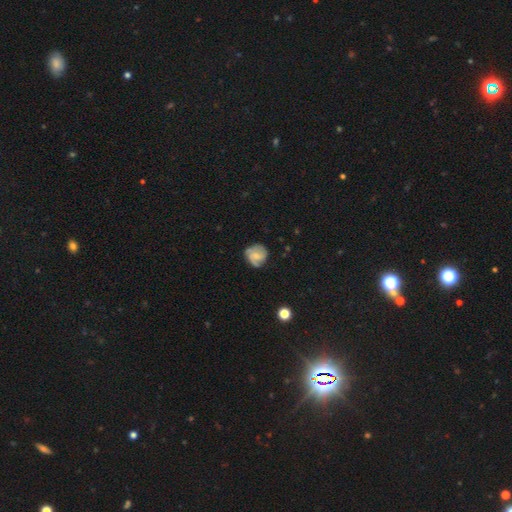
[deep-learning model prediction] A featured or disk galaxy (56%) with no bar (51%), spiral arms (87%) and a small central bulge (50%).

Vote fractions:
- Smooth or featured? featured or disk: 56% / smooth: 37% / star or artifact: 7%
- Edge-on disk? no: 98% / yes: 2%
- Bar? no: 51% / weak: 40% / strong: 8%
- Spiral arms? yes: 87% / no: 13%
- Bulge size? small: 50% / moderate: 30% / none: 17% / large: 2% / dominant: 1%
- Merging? none: 64% / minor disturbance: 25% / major disturbance: 9% / merger: 2%